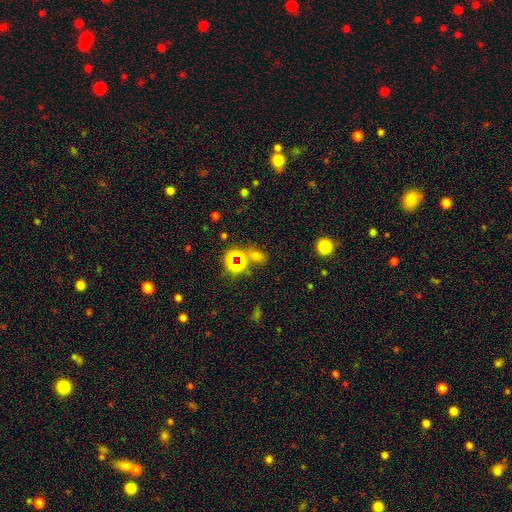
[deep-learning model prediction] A smooth galaxy with no disk features (51%) that is in between round and cigar-shaped (58%). Merging: none (66%).